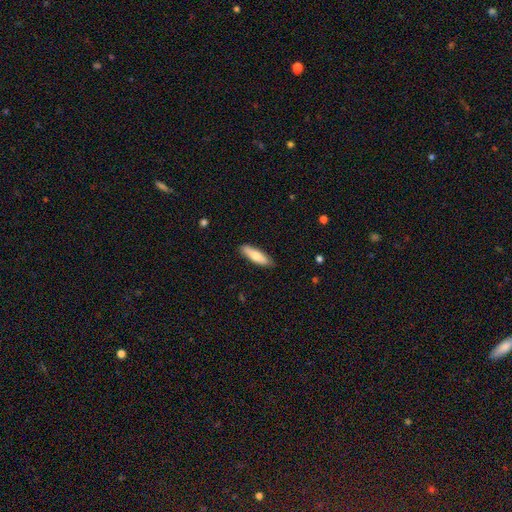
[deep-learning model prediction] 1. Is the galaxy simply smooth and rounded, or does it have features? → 72% smooth, 23% featured or disk, 6% star or artifact.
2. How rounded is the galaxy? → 55% cigar-shaped, 44% in between, 2% round.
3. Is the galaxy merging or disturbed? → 86% none, 11% minor disturbance, 2% major disturbance, 1% merger.